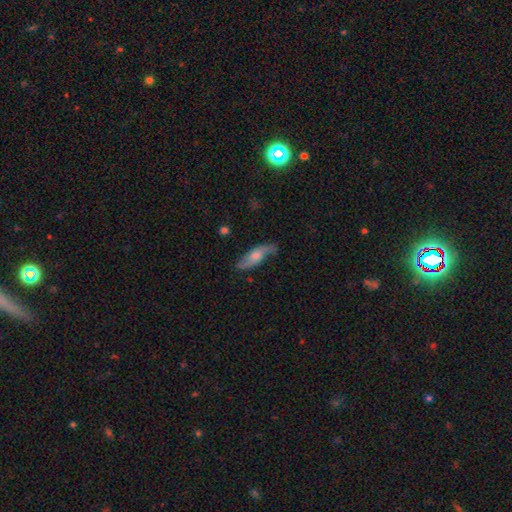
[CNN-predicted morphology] This is likely a featured or disk galaxy (64%). It is likely not viewed edge-on (77%). Merging: likely none (71%).